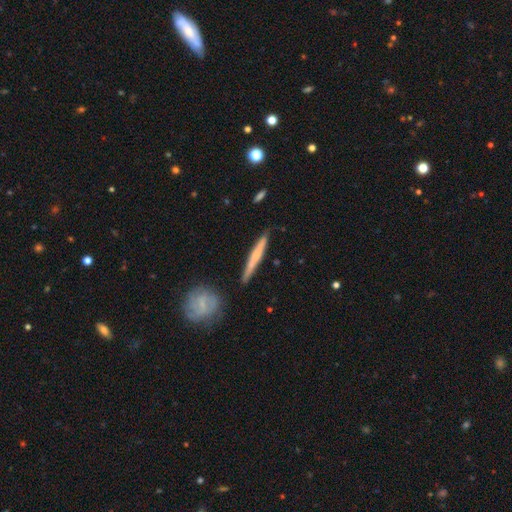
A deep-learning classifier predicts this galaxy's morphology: smooth-or-featured: smooth: 48% | featured or disk: 47% | star or artifact: 5%
  merging: none: 87% | minor disturbance: 9% | merger: 2% | major disturbance: 2%